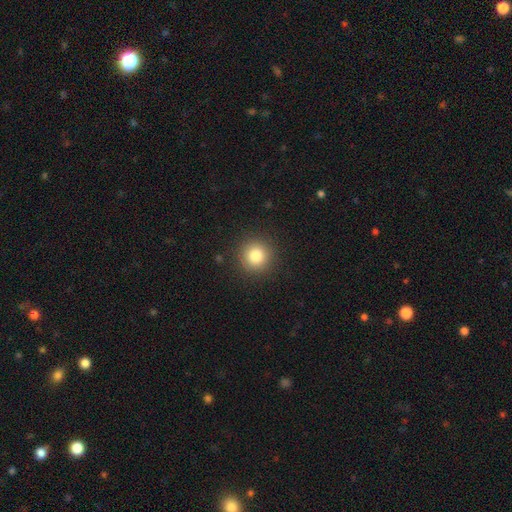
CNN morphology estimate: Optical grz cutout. It shows a smooth galaxy with no disk features (82%) that is round (94%). Merging: none (90%).